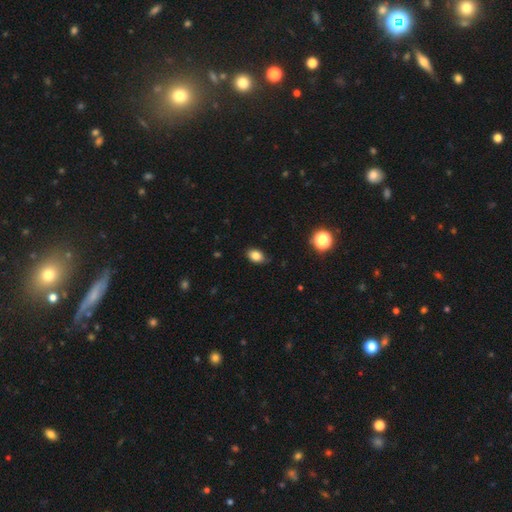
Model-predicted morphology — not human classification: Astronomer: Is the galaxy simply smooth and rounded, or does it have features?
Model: smooth — 82%.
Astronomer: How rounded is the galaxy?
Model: in between — 80%.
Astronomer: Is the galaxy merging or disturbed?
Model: none — 79%.